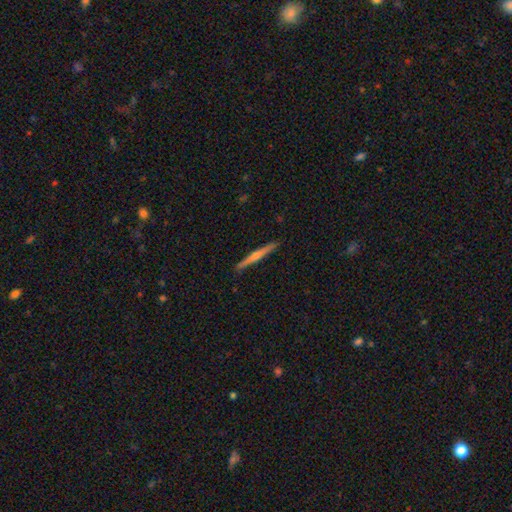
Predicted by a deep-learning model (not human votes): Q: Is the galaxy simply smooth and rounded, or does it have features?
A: featured or disk — 75%.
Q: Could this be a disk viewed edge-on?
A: yes — 98%.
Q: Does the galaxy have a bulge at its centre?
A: rounded — 82%.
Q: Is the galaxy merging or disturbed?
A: none — 91%.